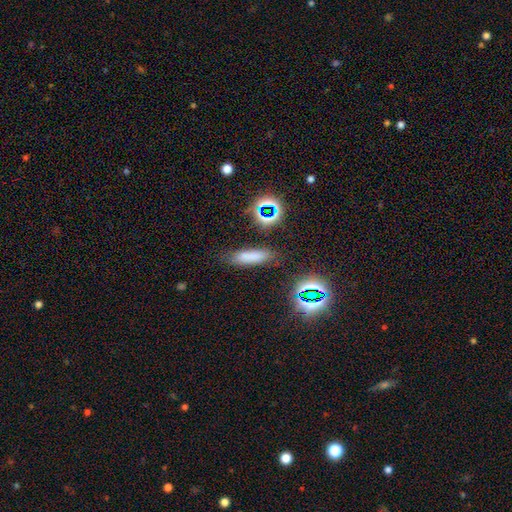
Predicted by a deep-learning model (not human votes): This appears to be a smooth galaxy with no disk features (71%) that is cigar-shaped (59%). Merging: none (78%).